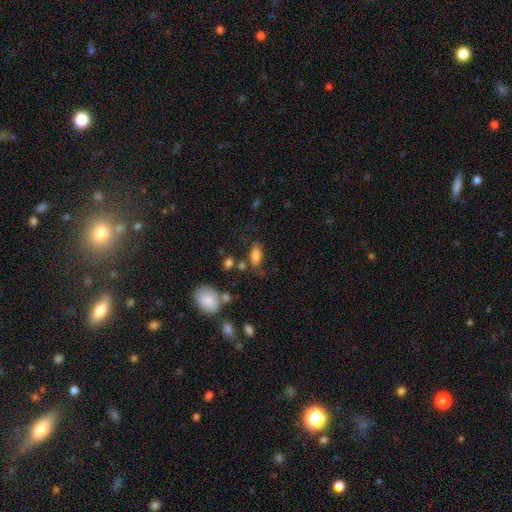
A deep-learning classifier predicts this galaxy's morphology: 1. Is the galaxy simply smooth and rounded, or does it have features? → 82% smooth, 9% featured or disk, 9% star or artifact.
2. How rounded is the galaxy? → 84% in between, 12% cigar-shaped, 4% round.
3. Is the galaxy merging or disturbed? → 67% none, 18% minor disturbance, 8% merger, 7% major disturbance.